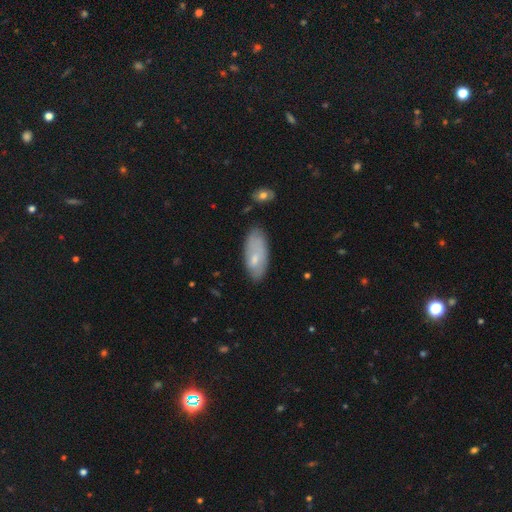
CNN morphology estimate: Smooth or featured?
  - smooth: 64% *
  - featured or disk: 29%
  - star or artifact: 7%
How rounded?
  - in between: 84% *
  - cigar-shaped: 13%
  - round: 2%
Merging?
  - none: 69% *
  - minor disturbance: 23%
  - major disturbance: 5%
  - merger: 3%